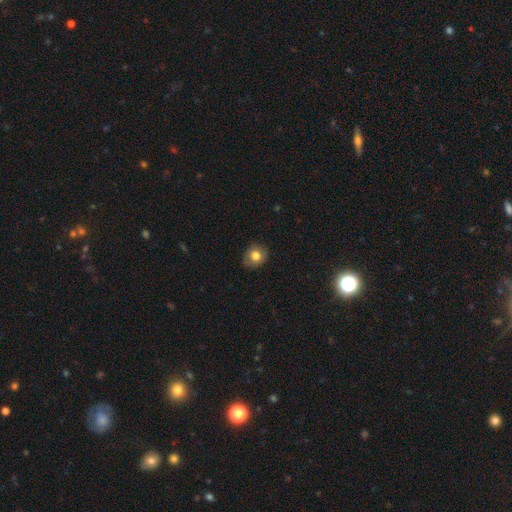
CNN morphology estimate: smooth_or_featured: smooth (p=0.76) [alt: featured or disk p=0.15]
how_rounded: round (p=0.65) [alt: in between p=0.34]
merging: none (p=0.81) [alt: minor disturbance p=0.15]